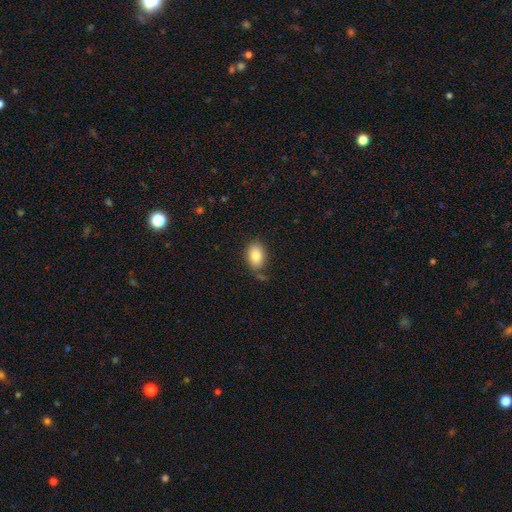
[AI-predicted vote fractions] This appears to be a smooth galaxy with no disk features (85%) that is in between round and cigar-shaped (86%). Merging: none (73%).